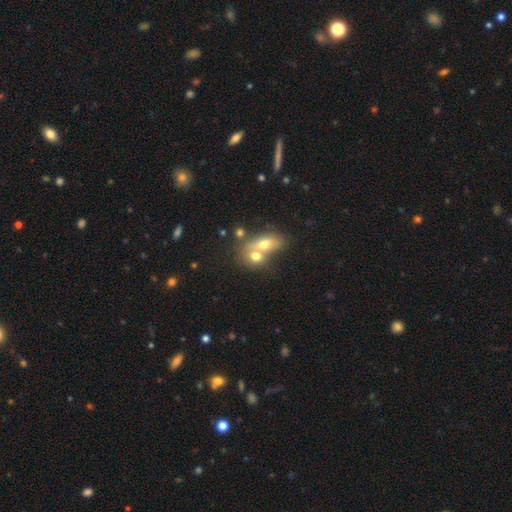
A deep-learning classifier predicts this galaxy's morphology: Overall: smooth (66%). How rounded: in between (59%; round 38%). Merging: merger (69%).